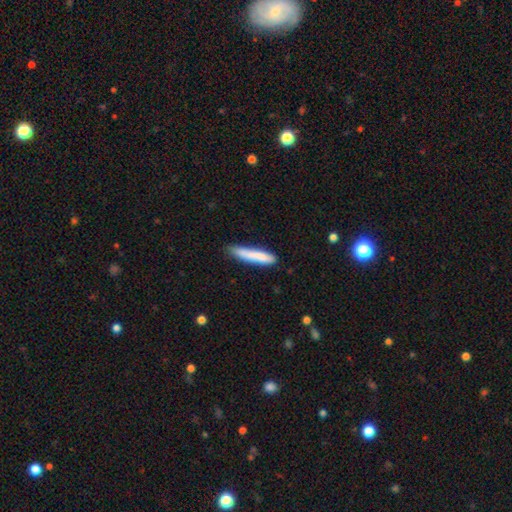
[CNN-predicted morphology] A smooth galaxy with no disk features (79%) that is cigar-shaped (89%). Merging: none (70%).